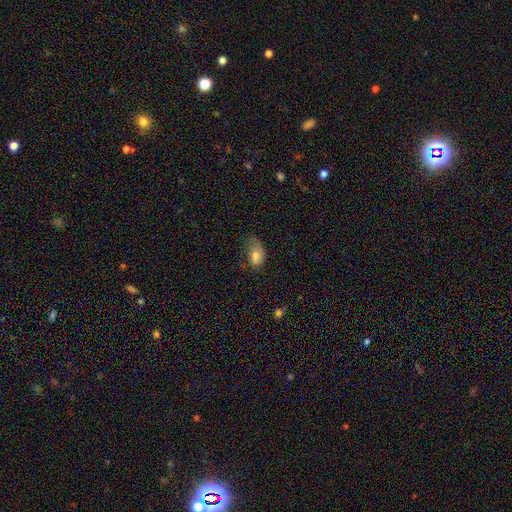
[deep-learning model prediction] A smooth galaxy with no disk features (74%) that is in between round and cigar-shaped (89%). Merging: none (42%).